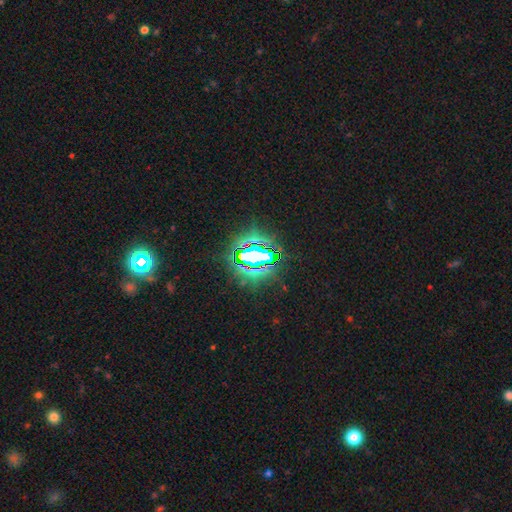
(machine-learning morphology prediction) Smooth or featured: star or artifact — 75% (smooth — 14%)